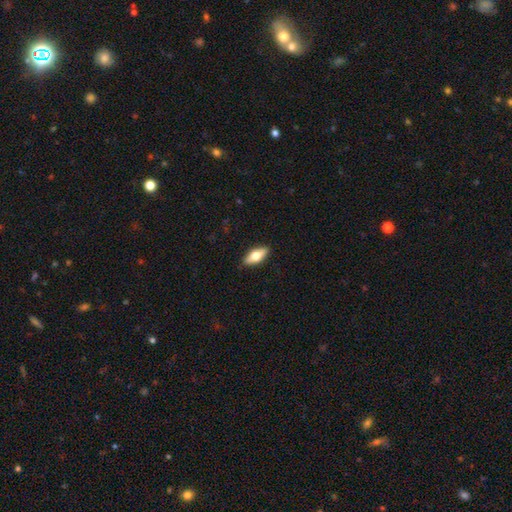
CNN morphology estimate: The model was most divided on "smooth or featured": smooth: 59%, featured or disk: 35%, star or artifact: 6%. More confident: merging — none (89%); how rounded — in between (77%).